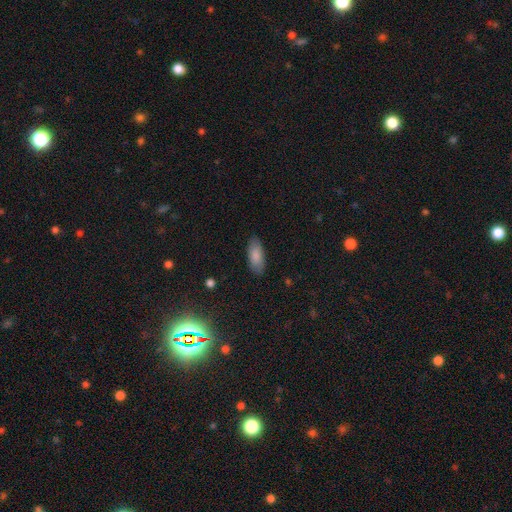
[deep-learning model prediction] The model was most divided on "how rounded": in between: 83%, cigar-shaped: 15%, round: 2%. More confident: smooth or featured — smooth (86%); merging — none (86%).